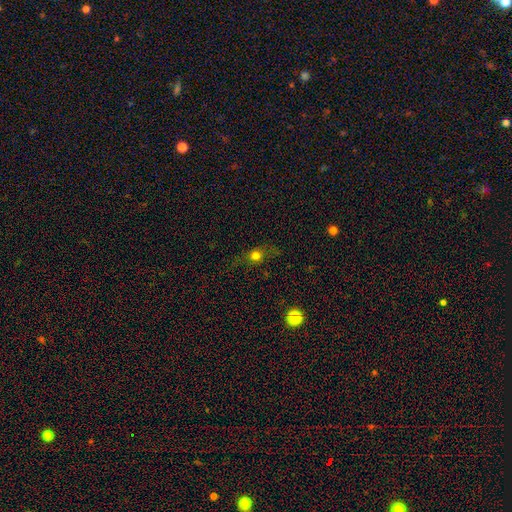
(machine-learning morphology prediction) This appears to be a smooth galaxy with no disk features (59%) that is round (65%). Merging: none (71%).